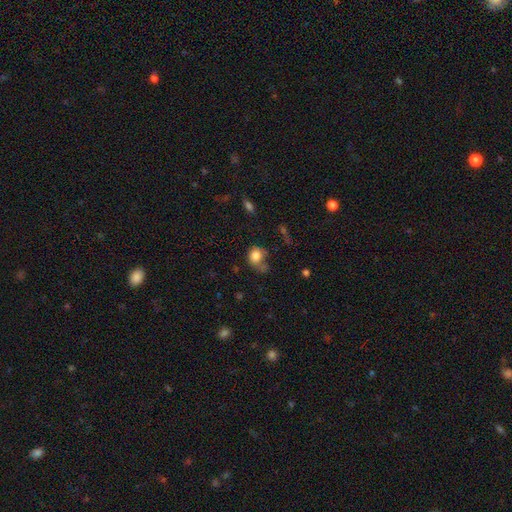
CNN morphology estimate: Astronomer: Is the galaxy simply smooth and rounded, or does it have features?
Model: smooth — 80%.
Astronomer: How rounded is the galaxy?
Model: round — 63%.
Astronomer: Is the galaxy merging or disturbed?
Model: none — 39% (runner-up: minor disturbance, 27%).